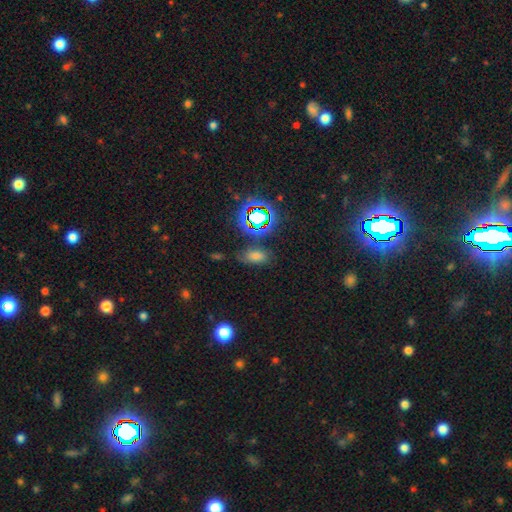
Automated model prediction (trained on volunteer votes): Smooth or featured? smooth (55%)
How rounded? in between (82%)
Merging? none (73%)